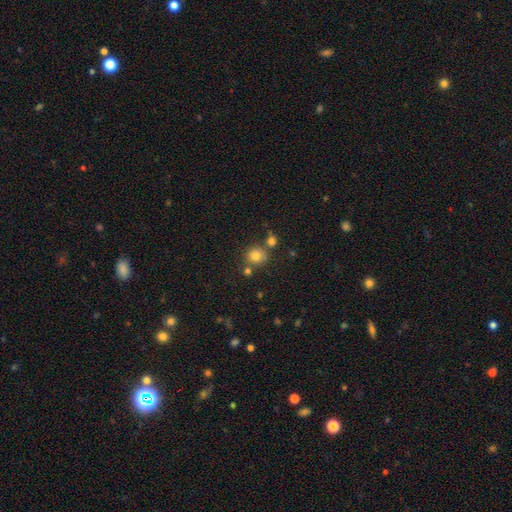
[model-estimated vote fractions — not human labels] Smooth or featured? Predicted: smooth (p=0.80). How rounded? Predicted: round (p=0.84). Merging? Predicted: none (p=0.69).